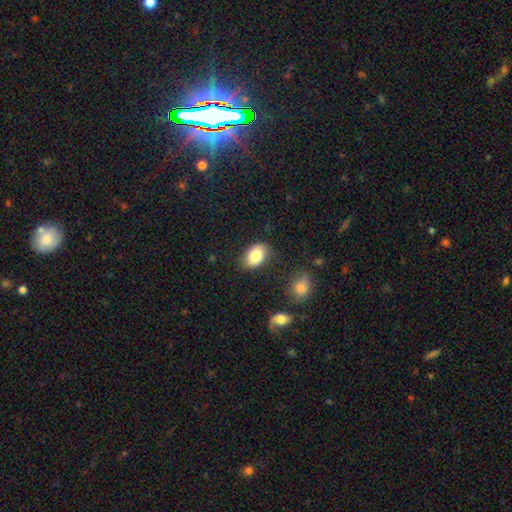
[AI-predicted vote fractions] Smooth or featured? Predicted: smooth (p=0.83). How rounded? Predicted: in between (p=0.85). Merging? Predicted: none (p=0.78).